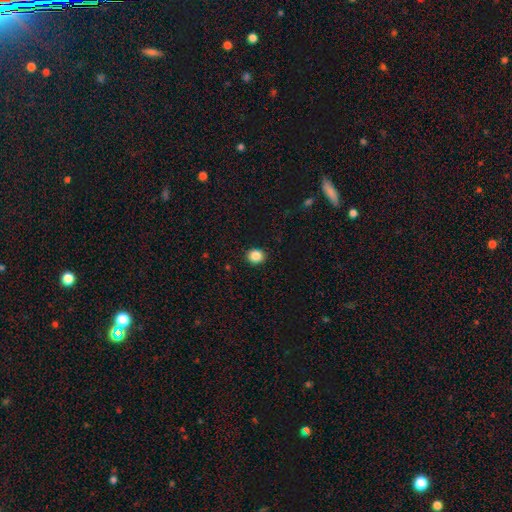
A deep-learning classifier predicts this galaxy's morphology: Smooth or featured: smooth — 86% (star or artifact — 10%)
How rounded: round — 78% (in between — 21%)
Merging: none — 91% (minor disturbance — 6%)